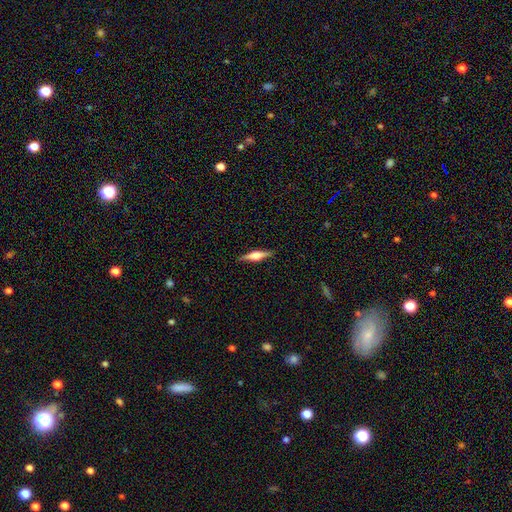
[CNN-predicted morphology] smooth_or_featured: featured or disk (p=0.64) [alt: smooth p=0.30]
disk_edge_on: yes (p=0.97) [alt: no p=0.03]
edge_on_bulge: rounded (p=0.84) [alt: boxy p=0.13]
merging: none (p=0.89) [alt: minor disturbance p=0.08]